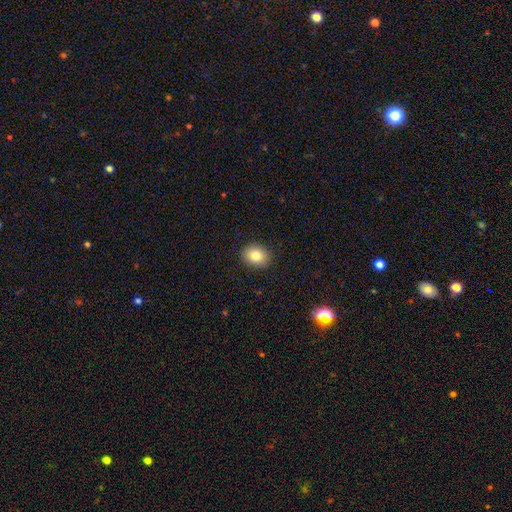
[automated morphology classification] A smooth galaxy with no disk features (84%) that is in between round and cigar-shaped (53%). Merging: none (89%).